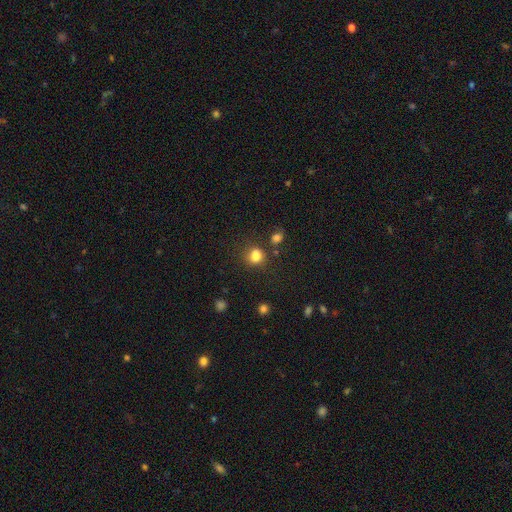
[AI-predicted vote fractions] Morphology: type=smooth (81%); roundness=round (62%); merging=none (68%).